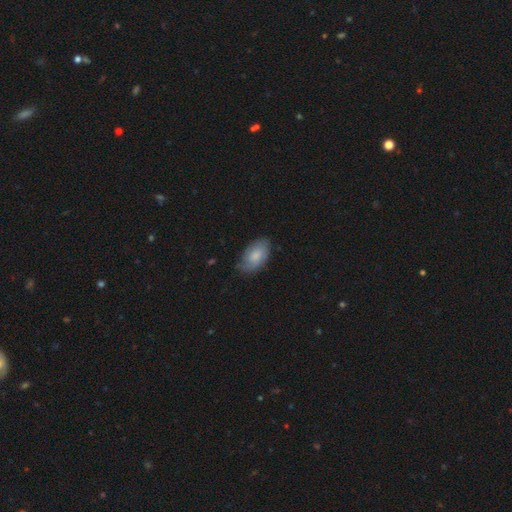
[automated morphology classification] smooth 72%, featured or disk 22%, star or artifact 6%. Down the decision tree: how rounded — in between (94%); merging — none (71%).